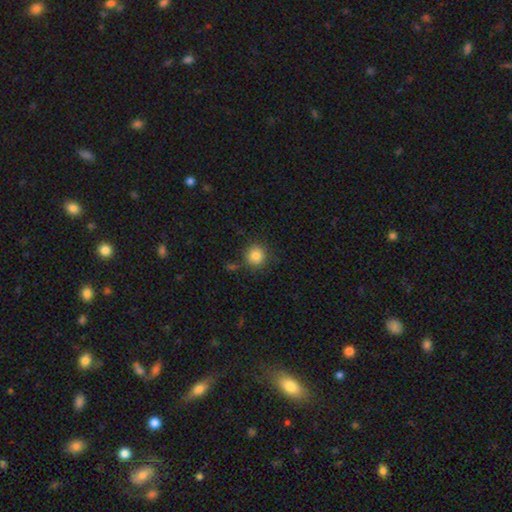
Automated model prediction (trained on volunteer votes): A smooth galaxy with no disk features (85%) that is round (93%). Merging: none (84%).